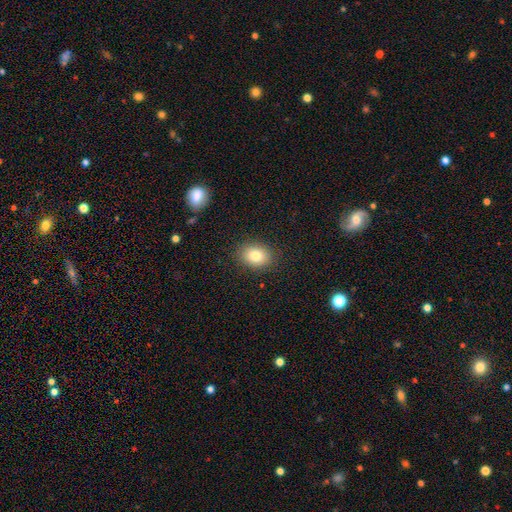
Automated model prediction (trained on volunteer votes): A smooth galaxy with no disk features (81%) that is in between round and cigar-shaped (59%). Merging: none (87%).